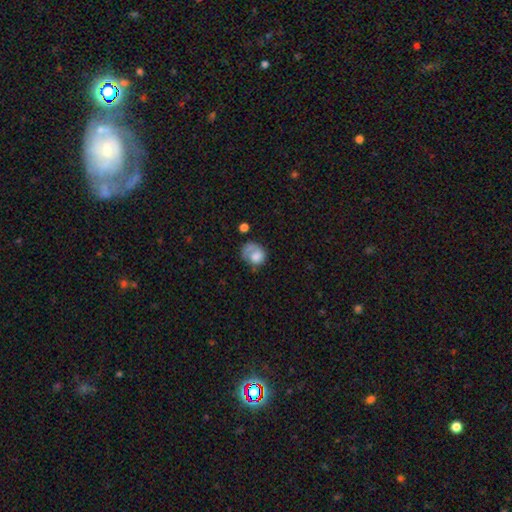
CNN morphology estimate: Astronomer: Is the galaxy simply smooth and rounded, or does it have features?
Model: smooth — 54% (runner-up: featured or disk, 38%).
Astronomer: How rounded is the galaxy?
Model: round — 60% (runner-up: in between, 39%).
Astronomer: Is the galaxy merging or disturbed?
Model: none — 40% (runner-up: major disturbance, 33%).